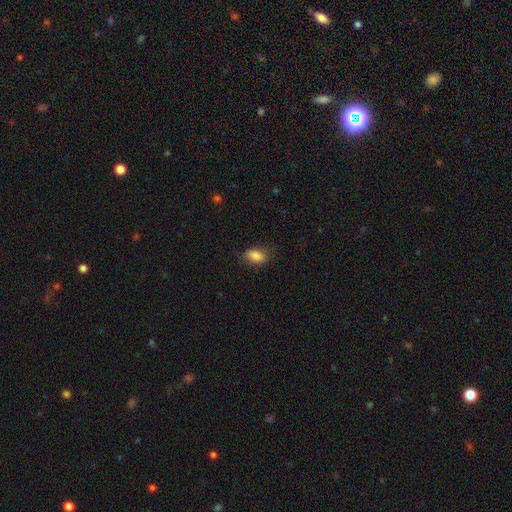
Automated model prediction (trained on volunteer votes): The model was most divided on "merging": none: 76%, minor disturbance: 19%, major disturbance: 5%, merger: 1%. More confident: how rounded — in between (89%); smooth or featured — smooth (86%).